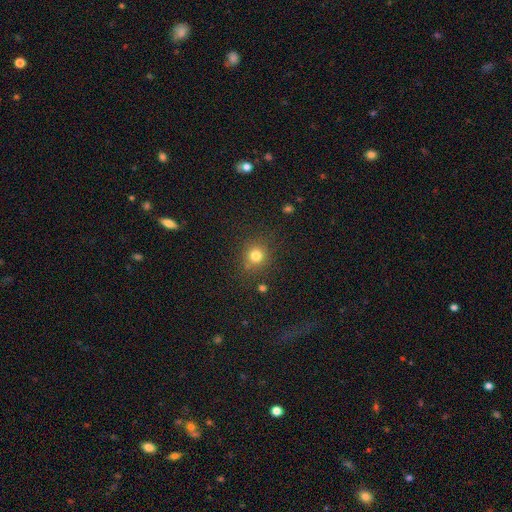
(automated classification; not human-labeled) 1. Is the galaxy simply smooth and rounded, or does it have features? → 79% smooth, 15% star or artifact, 6% featured or disk.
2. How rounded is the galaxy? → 89% round, 10% in between, 1% cigar-shaped.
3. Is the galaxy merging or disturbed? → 83% none, 10% minor disturbance, 4% major disturbance, 4% merger.